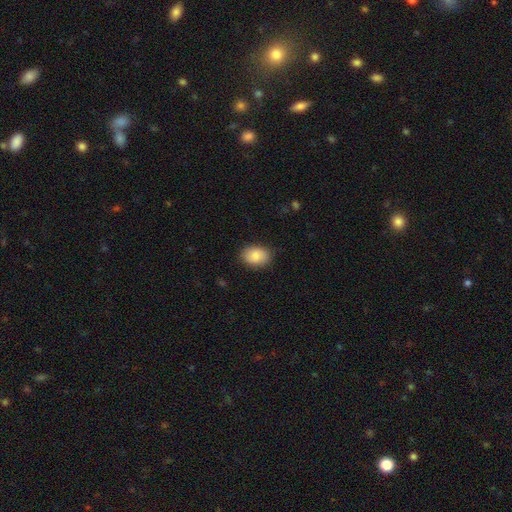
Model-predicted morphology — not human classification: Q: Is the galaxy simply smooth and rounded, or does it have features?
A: smooth — 86%.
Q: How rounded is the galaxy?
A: in between — 76%.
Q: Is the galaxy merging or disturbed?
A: none — 85%.